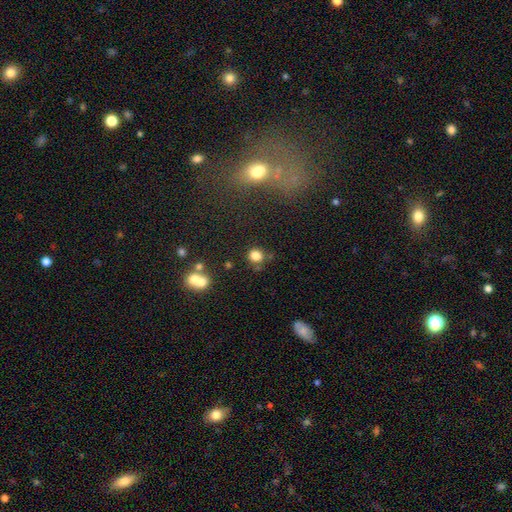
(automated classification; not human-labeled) This appears to be a smooth galaxy with no disk features (80%) that is round (86%). Merging: none (73%).